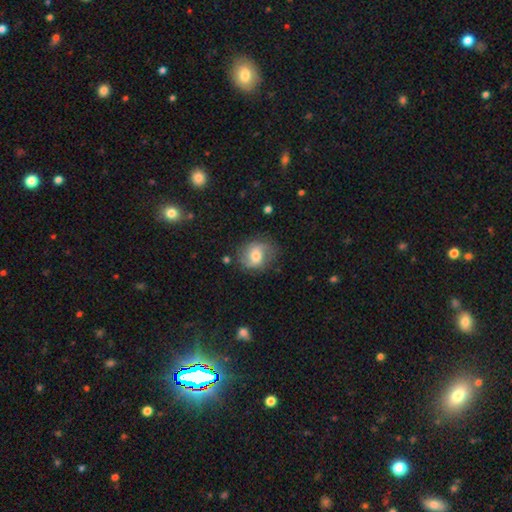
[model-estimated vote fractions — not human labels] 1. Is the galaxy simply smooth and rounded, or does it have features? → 54% featured or disk, 38% smooth, 8% star or artifact.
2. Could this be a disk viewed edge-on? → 97% no, 3% yes.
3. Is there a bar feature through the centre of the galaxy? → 46% weak, 39% no, 15% strong.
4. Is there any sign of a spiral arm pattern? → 84% yes, 16% no.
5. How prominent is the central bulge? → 57% moderate, 29% small, 10% large, 3% none, 2% dominant.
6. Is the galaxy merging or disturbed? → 70% none, 19% minor disturbance, 9% major disturbance, 2% merger.